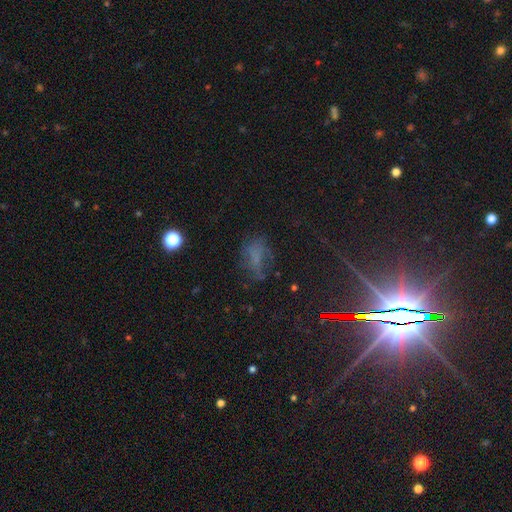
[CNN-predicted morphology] A smooth galaxy with no disk features (40%).

Vote fractions:
- Smooth or featured? smooth: 40% / star or artifact: 34% / featured or disk: 26%
- Merging? none: 50% / major disturbance: 24% / minor disturbance: 23% / merger: 3%